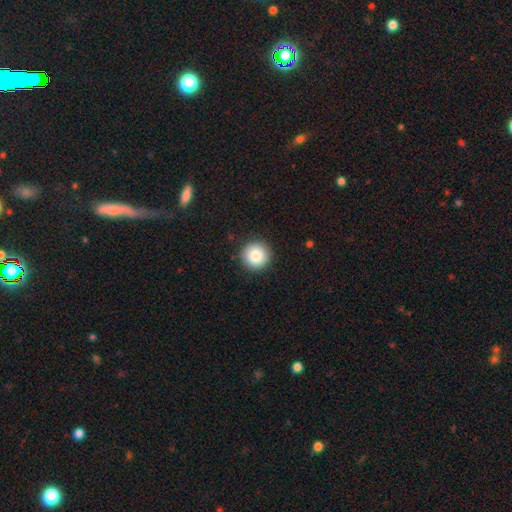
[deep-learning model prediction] Smooth or featured? smooth (84%)
How rounded? round (96%)
Merging? none (91%)